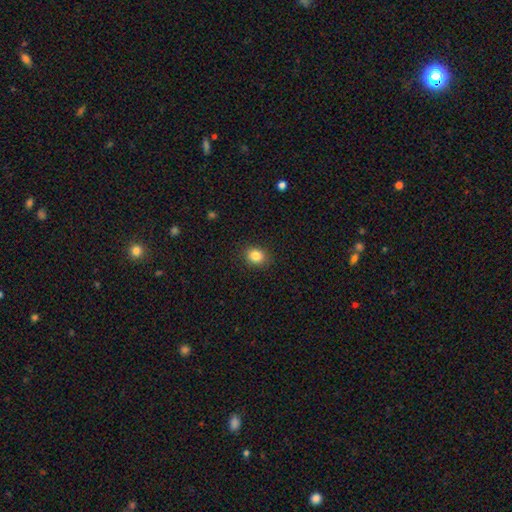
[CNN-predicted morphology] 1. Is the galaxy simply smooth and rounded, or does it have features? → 84% smooth, 11% star or artifact, 5% featured or disk.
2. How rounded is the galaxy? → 66% round, 33% in between, 1% cigar-shaped.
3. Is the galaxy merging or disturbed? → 88% none, 8% minor disturbance, 2% major disturbance, 1% merger.